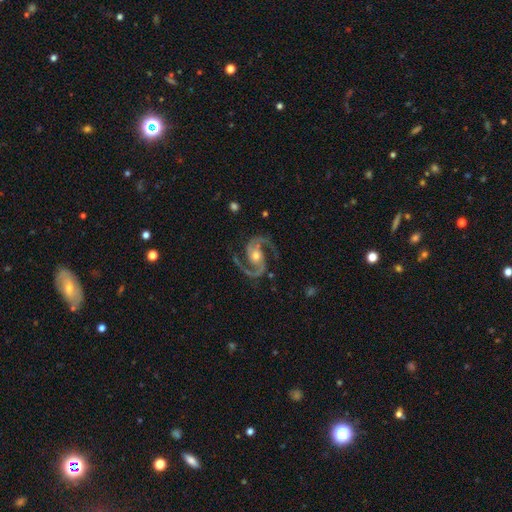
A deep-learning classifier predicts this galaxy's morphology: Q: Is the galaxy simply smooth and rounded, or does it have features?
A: featured or disk — 94%.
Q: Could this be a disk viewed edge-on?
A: no — 98%.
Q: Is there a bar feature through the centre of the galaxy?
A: no — 50%.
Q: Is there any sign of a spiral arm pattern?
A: yes — 99%.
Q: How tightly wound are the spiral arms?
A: medium — 67%.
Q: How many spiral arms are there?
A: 2 — 94%.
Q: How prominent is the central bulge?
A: moderate — 63%.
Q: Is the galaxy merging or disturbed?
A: none — 81%.